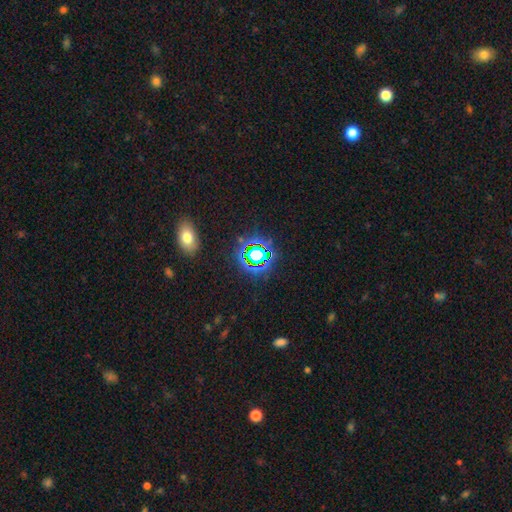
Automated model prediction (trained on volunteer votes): Overall: star or artifact (72%).